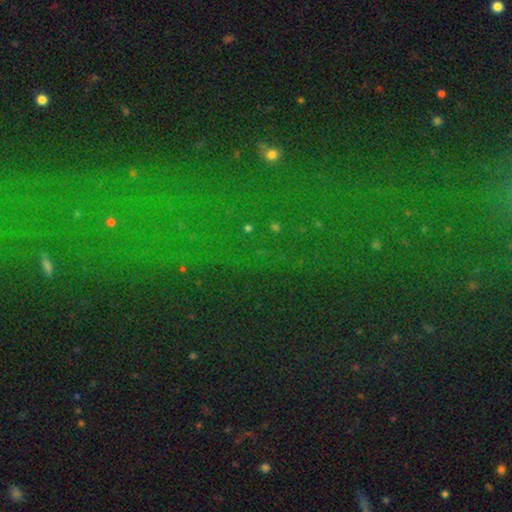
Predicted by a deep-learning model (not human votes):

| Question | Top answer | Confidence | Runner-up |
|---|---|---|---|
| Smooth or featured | star or artifact | 75% | smooth (13%) |